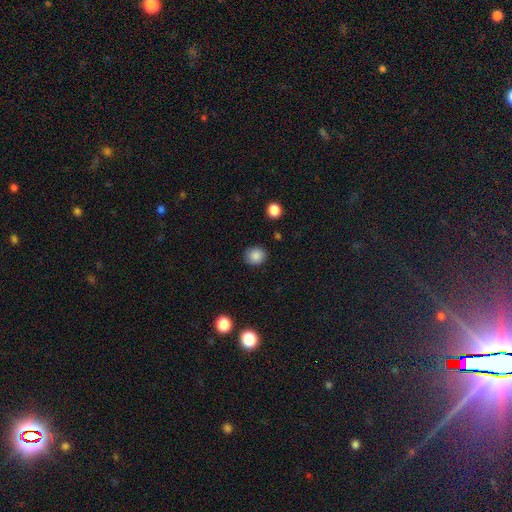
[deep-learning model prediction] The model was most divided on "how rounded": round: 76%, in between: 23%, cigar-shaped: 1%. More confident: merging — none (88%); smooth or featured — smooth (87%).